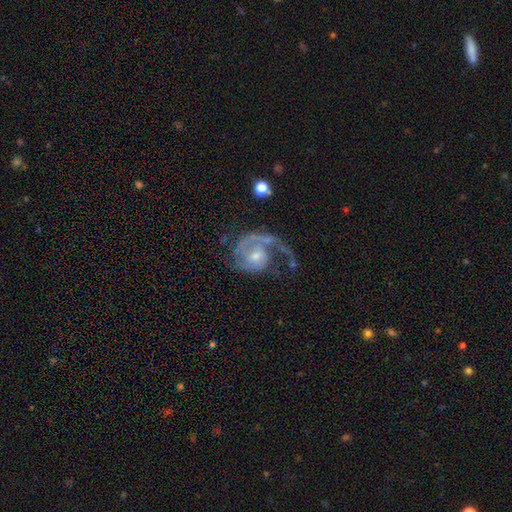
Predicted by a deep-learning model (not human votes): featured or disk 87%, smooth 7%, star or artifact 6%. Down the decision tree: edge-on disk — no (98%); bar — no (61%); spiral arms — yes (95%); spiral arm count — 1 (56%); spiral winding — medium (43%); bulge size — small (48%); merging — none (44%).